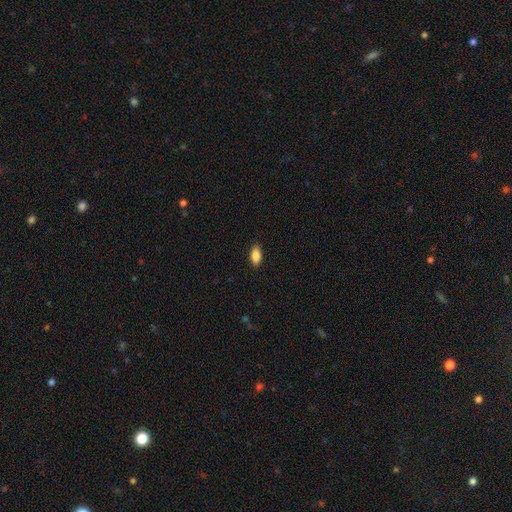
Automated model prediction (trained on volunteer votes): This appears to be a smooth galaxy with no disk features (86%) that is in between round and cigar-shaped (90%). Merging: none (89%).